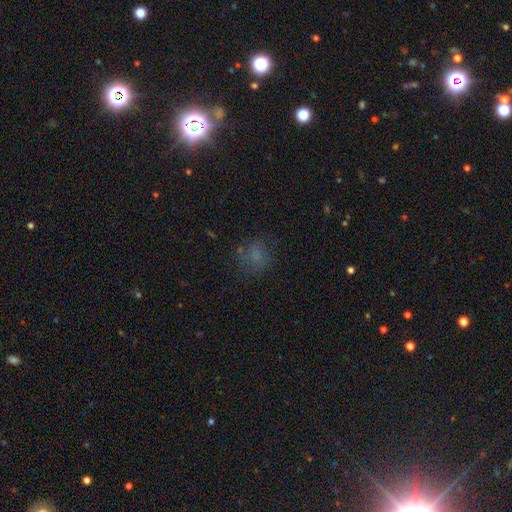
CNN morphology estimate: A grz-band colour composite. It shows a smooth galaxy with no disk features (64%) that is round (72%). Merging: none (66%).